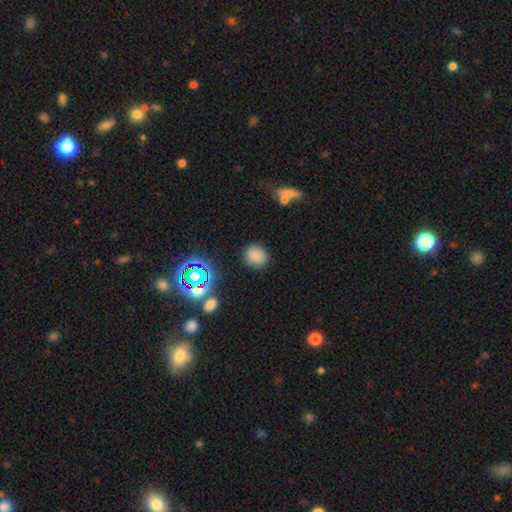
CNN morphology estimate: Smooth or featured? Predicted: smooth (p=0.79). How rounded? Predicted: round (p=0.74). Merging? Predicted: none (p=0.86).